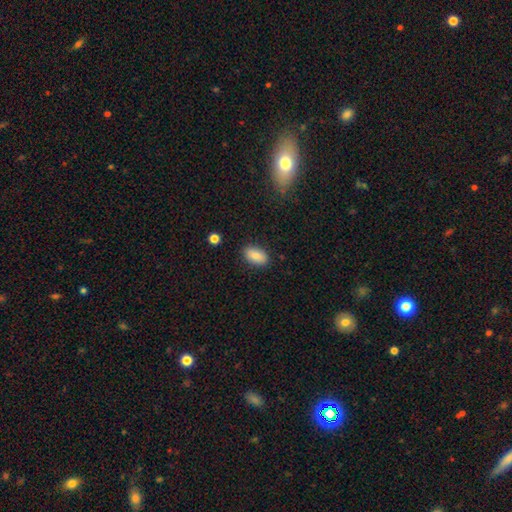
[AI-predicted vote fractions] Overall: smooth (85%). How rounded: in between (92%). Merging: none (86%).